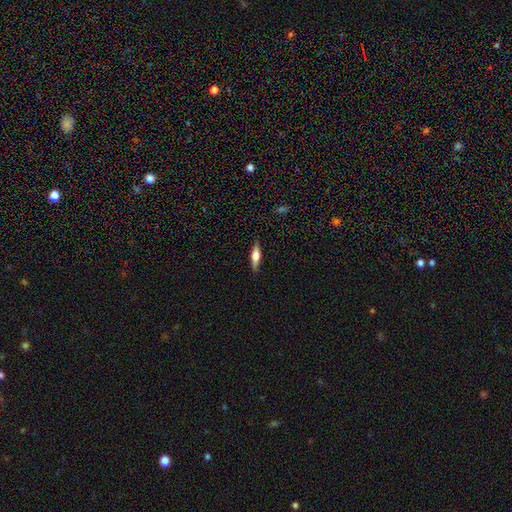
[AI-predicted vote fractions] A featured or disk galaxy (55%) viewed edge-on (95%) with a rounded central bulge (93%). Merging: none (89%).